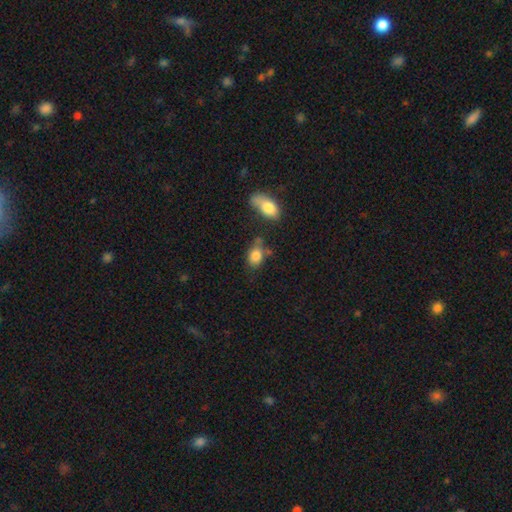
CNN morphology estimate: type=smooth (84%); roundness=in between (74%); merging=none (53%).